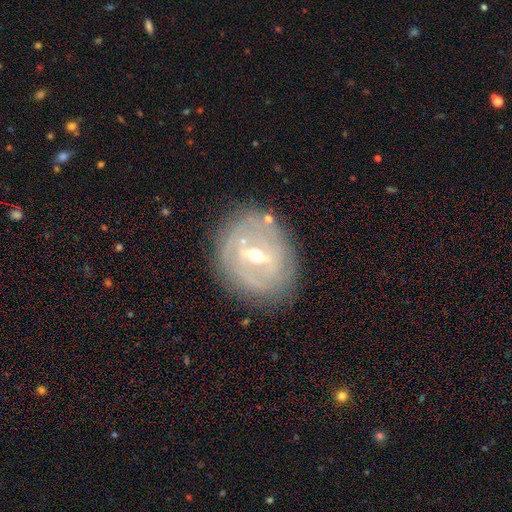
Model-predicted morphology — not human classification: Smooth or featured? Predicted: featured or disk (p=0.80). Edge-on disk? Predicted: no (p=0.94). Bar? Predicted: strong (p=0.44). Spiral arms? Predicted: yes (p=0.74). Spiral winding? Predicted: tight (p=0.70). Spiral arm count? Predicted: can't tell (p=0.46). Bulge size? Predicted: moderate (p=0.57). Merging? Predicted: none (p=0.78).